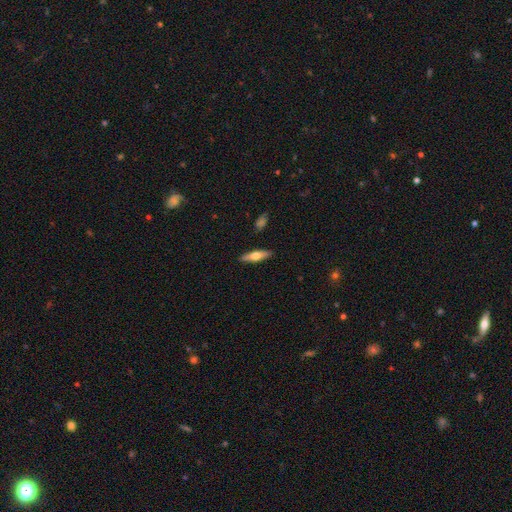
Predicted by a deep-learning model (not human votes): Smooth or featured?
  - smooth: 56% *
  - featured or disk: 38%
  - star or artifact: 6%
How rounded?
  - cigar-shaped: 60% *
  - in between: 38%
  - round: 2%
Merging?
  - none: 89% *
  - minor disturbance: 8%
  - major disturbance: 2%
  - merger: 2%